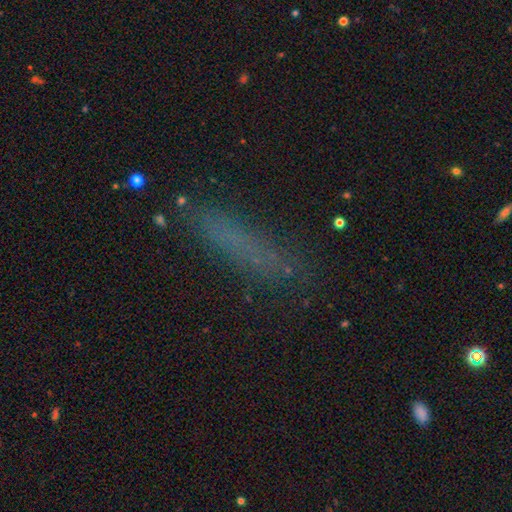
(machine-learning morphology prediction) Smooth or featured? Predicted: smooth (p=0.60). How rounded? Predicted: cigar-shaped (p=0.84). Merging? Predicted: none (p=0.73).